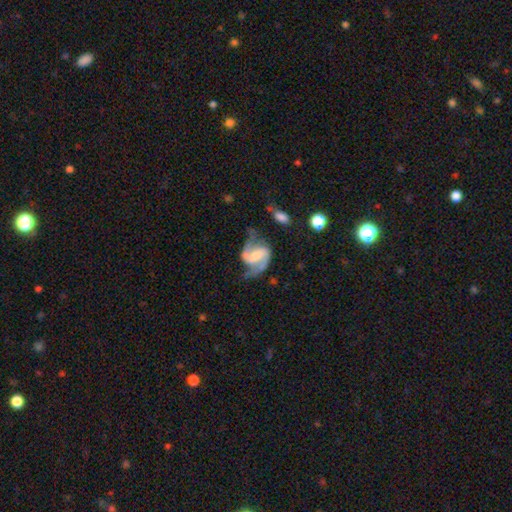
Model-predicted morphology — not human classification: The model was most divided on "bulge size": moderate: 34%, small: 32%, none: 23%, large: 9%, dominant: 2%. Remaining: edge-on disk — no (98%); spiral arms — yes (97%); spiral arm count — 2 (92%); smooth or featured — featured or disk (89%); merging — none (61%); spiral winding — medium (57%); bar — weak (46%).